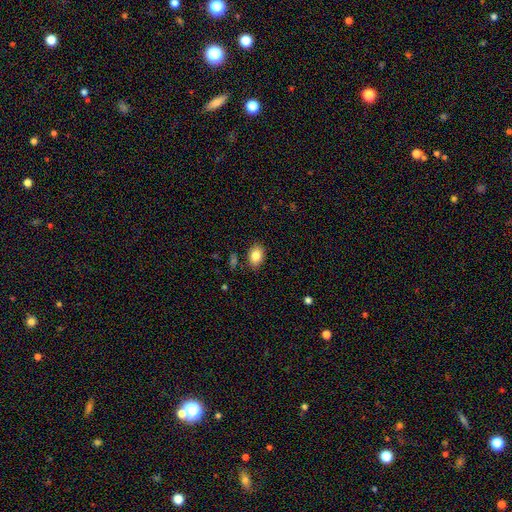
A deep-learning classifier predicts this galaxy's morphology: Smooth or featured? Predicted: smooth (p=0.84). How rounded? Predicted: in between (p=0.74). Merging? Predicted: none (p=0.84).